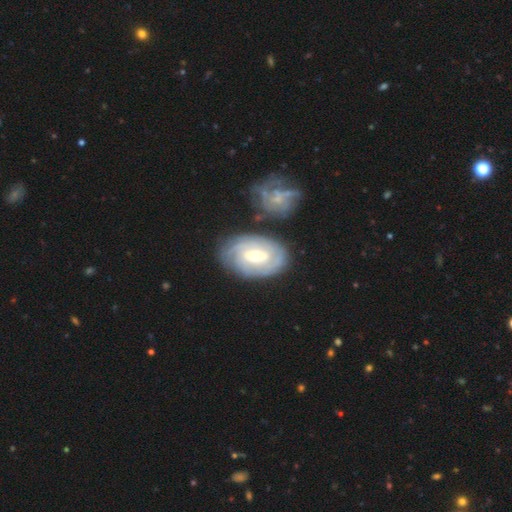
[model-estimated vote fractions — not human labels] Morphology: type=featured or disk (81%); edge-on=no (96%); bar=weak (51%); spiral arms=yes (91%); winding=tight (73%); arm count=can't tell (40%); bulge=moderate (57%); merging=none (75%).